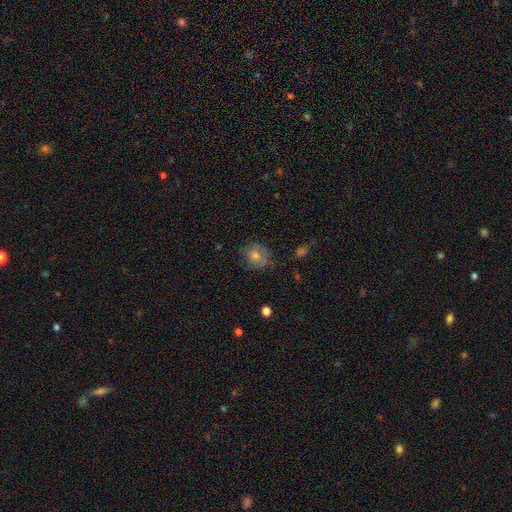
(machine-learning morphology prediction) This is likely a smooth galaxy (61%). How rounded: likely round (75%). Merging: likely none (74%).